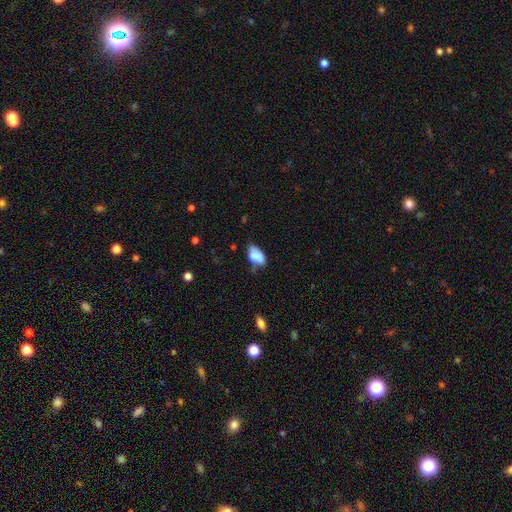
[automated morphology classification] Overall: smooth (78%). How rounded: in between (92%). Merging: none (46%; minor disturbance 35%).